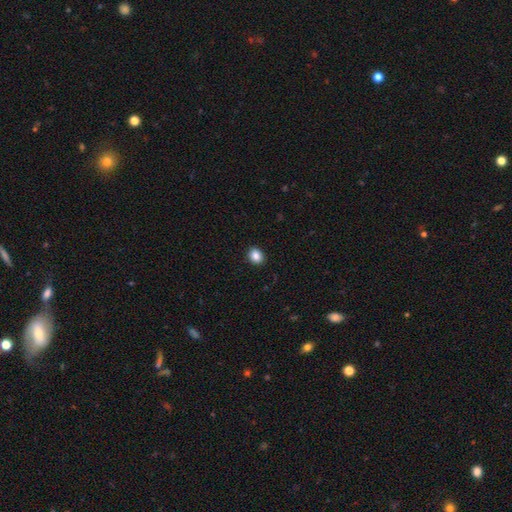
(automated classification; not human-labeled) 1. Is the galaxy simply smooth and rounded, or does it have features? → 87% smooth, 9% star or artifact, 4% featured or disk.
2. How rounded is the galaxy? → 54% round, 45% in between, 1% cigar-shaped.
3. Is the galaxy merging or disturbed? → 91% none, 6% minor disturbance, 2% major disturbance, 1% merger.